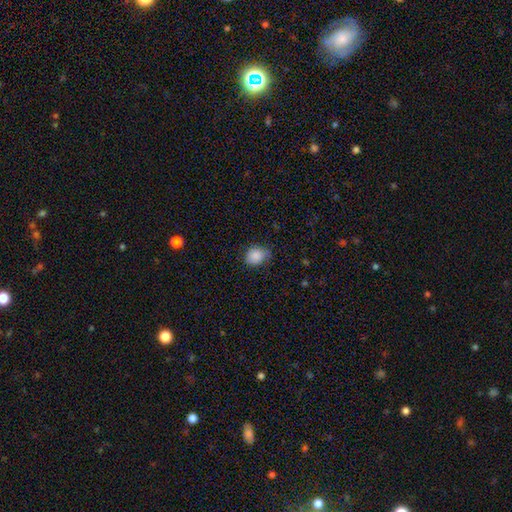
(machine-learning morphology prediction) Q: Smooth or featured?
A: smooth (86%); runner-up: star or artifact (8%)
Q: How rounded?
A: round (56%); runner-up: in between (43%)
Q: Merging?
A: none (67%); runner-up: minor disturbance (26%)